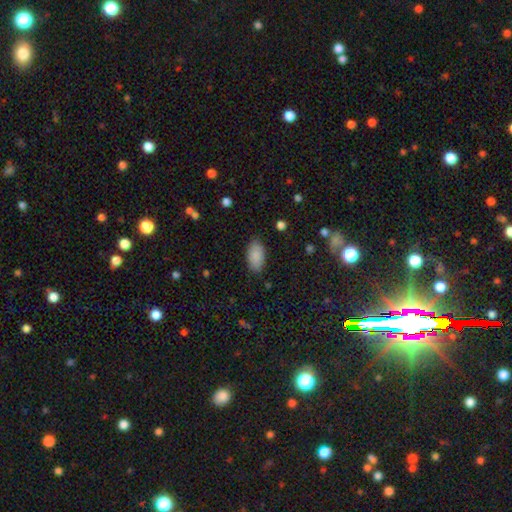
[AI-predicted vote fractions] Smooth or featured: smooth — 88% (star or artifact — 7%)
How rounded: in between — 94% (round — 3%)
Merging: none — 85% (minor disturbance — 11%)